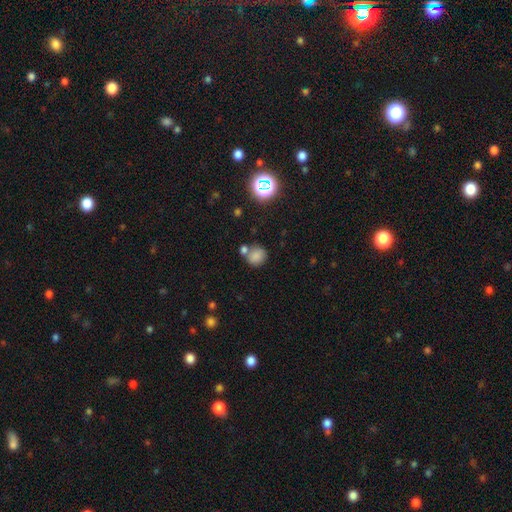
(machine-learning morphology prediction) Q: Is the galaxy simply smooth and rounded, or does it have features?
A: smooth — 79%.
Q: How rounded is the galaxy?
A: round — 78%.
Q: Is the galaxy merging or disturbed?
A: none — 55%.